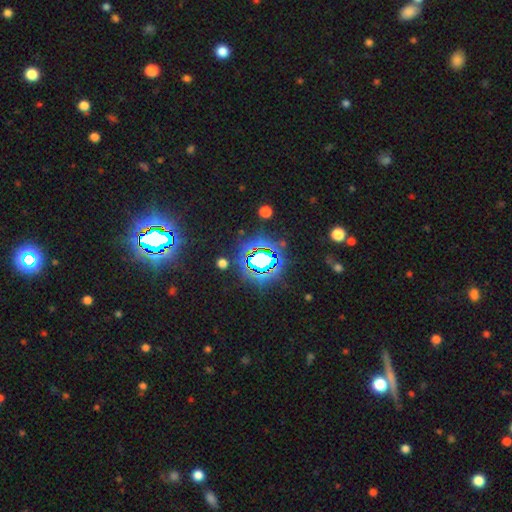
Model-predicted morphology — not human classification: smooth-or-featured: star or artifact: 73% | smooth: 16% | featured or disk: 11%